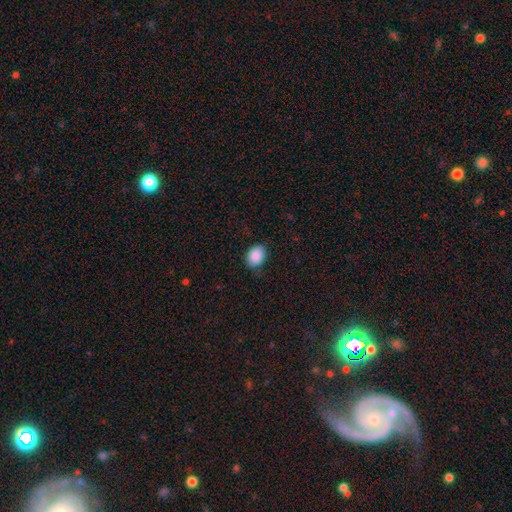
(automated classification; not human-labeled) A smooth galaxy with no disk features (89%) that is in between round and cigar-shaped (65%).

Vote fractions:
- Smooth or featured? smooth: 89% / star or artifact: 8% / featured or disk: 4%
- How rounded? in between: 65% / round: 34% / cigar-shaped: 1%
- Merging? none: 80% / minor disturbance: 16% / major disturbance: 3% / merger: 1%